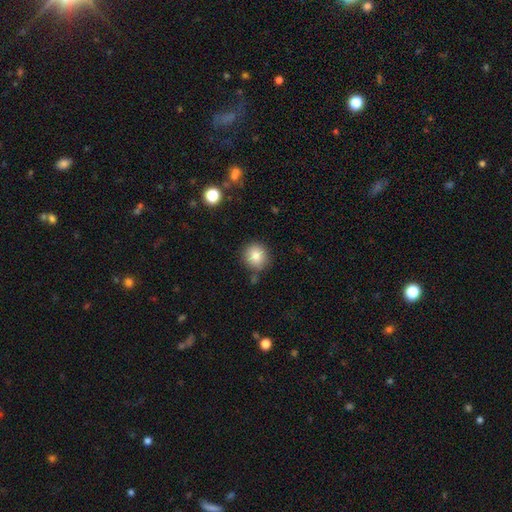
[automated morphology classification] Overall: smooth (83%). How rounded: round (91%). Merging: none (82%).